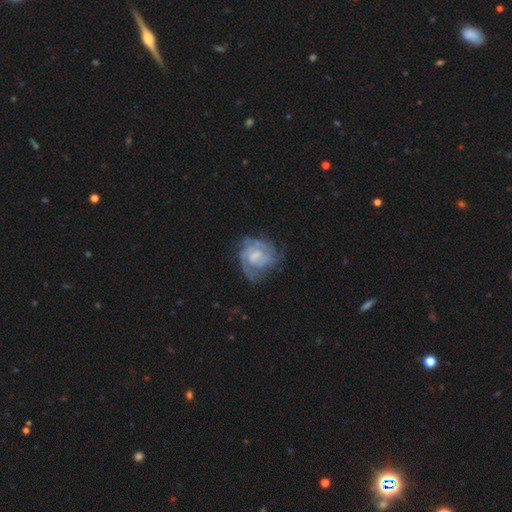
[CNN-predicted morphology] Smooth or featured: featured or disk — 78% (smooth — 16%)
Edge-on disk: no — 98% (yes — 2%)
Bar: weak — 48% (no — 42%)
Spiral arms: yes — 89% (no — 11%)
Spiral winding: tight — 55% (medium — 35%)
Spiral arm count: can't tell — 34% (tied with 2 — 34%)
Bulge size: small — 41% (moderate — 32%)
Merging: none — 56% (minor disturbance — 24%)